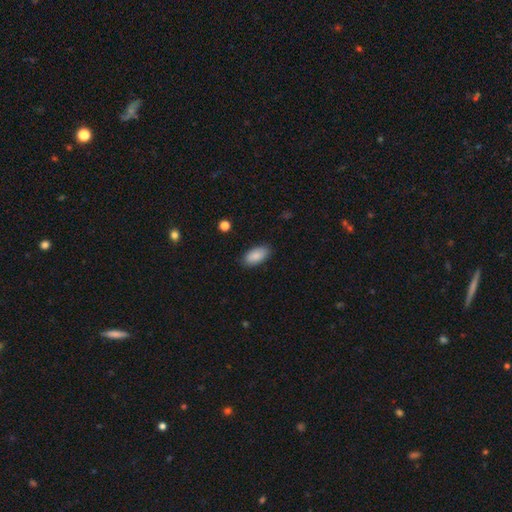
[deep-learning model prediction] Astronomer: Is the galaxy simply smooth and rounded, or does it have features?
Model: smooth — 88%.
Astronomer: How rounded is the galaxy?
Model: in between — 93%.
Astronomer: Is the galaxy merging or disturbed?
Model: none — 87%.